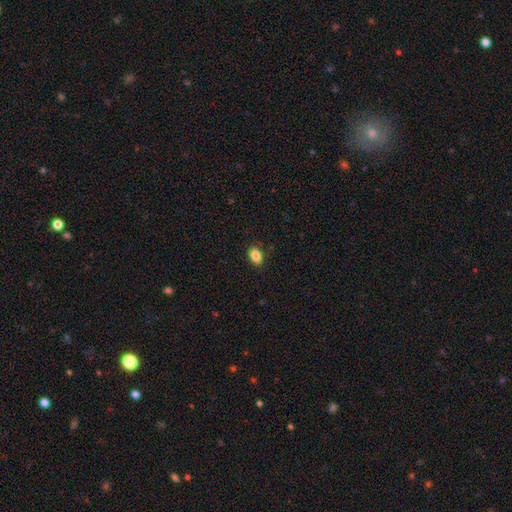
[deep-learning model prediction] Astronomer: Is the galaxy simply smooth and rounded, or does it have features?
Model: smooth — 87%.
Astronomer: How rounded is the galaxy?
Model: in between — 86%.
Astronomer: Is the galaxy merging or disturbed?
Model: none — 87%.